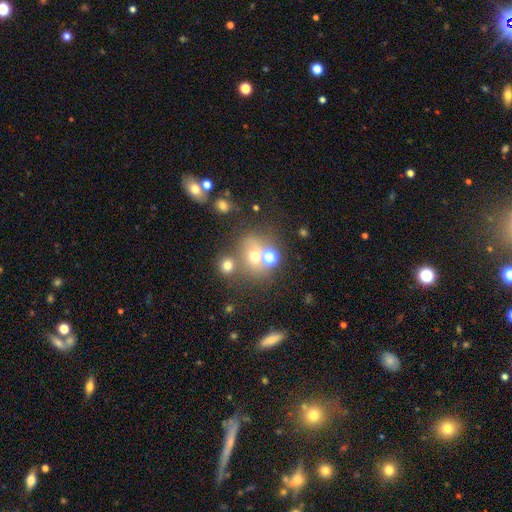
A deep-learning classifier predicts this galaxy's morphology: A smooth galaxy with no disk features (58%) that is round (74%). Merging: none (52%).